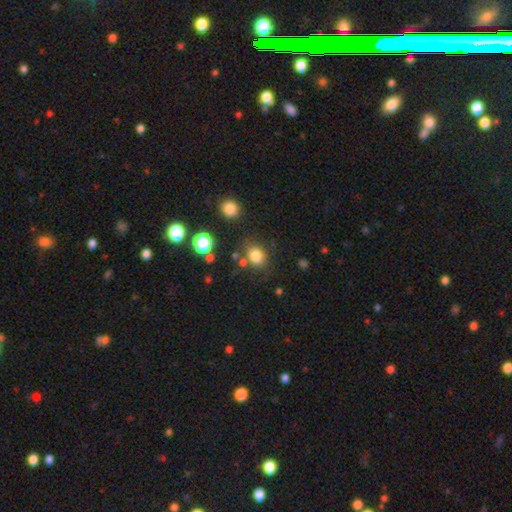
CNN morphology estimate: A smooth galaxy with no disk features (80%) that is round (62%).

Vote fractions:
- Smooth or featured? smooth: 80% / star or artifact: 13% / featured or disk: 7%
- How rounded? round: 62% / in between: 37% / cigar-shaped: 1%
- Merging? none: 72% / minor disturbance: 14% / merger: 8% / major disturbance: 5%